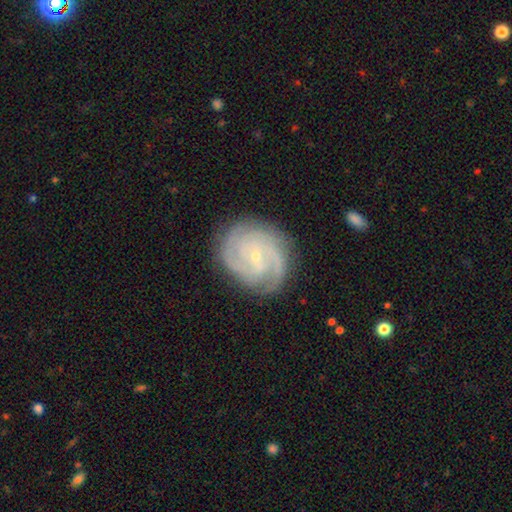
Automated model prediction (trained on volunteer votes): Smooth or featured? featured or disk (88%)
Edge-on disk? no (98%)
Bar? no (56%)
Spiral arms? yes (98%)
Spiral winding? tight (68%)
Spiral arm count? 3 (36%)
Bulge size? small (82%)
Merging? none (81%)